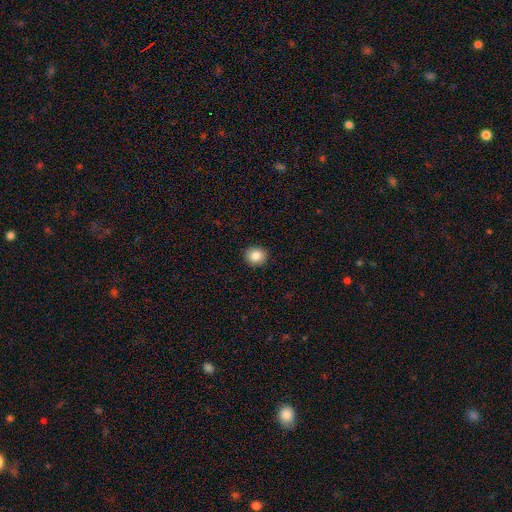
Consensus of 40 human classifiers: This is clearly a smooth galaxy (85%). How rounded: clearly round (82%). Merging: clearly none (94%).